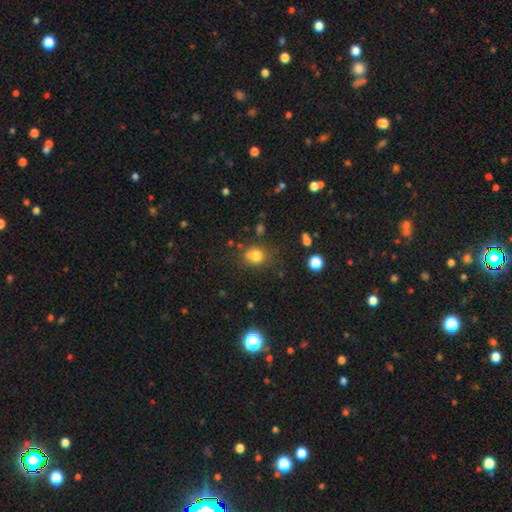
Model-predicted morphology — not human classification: A smooth galaxy with no disk features (78%) that is round (74%).

Vote fractions:
- Smooth or featured? smooth: 78% / star or artifact: 14% / featured or disk: 8%
- How rounded? round: 74% / in between: 25% / cigar-shaped: 1%
- Merging? none: 67% / minor disturbance: 17% / merger: 11% / major disturbance: 6%